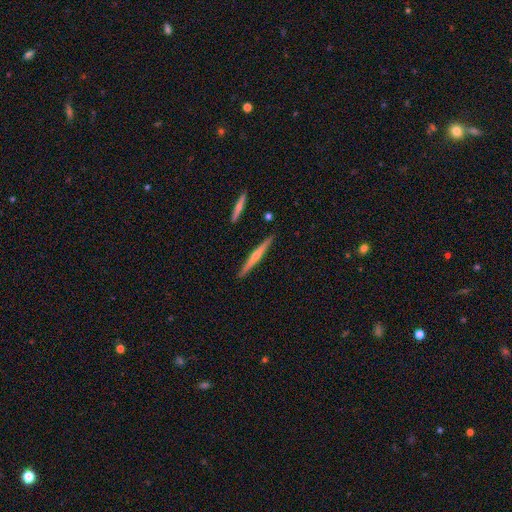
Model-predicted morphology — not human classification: Smooth or featured: featured or disk — 57% (smooth — 37%)
Edge-on disk: yes — 98% (no — 2%)
Edge-on bulge: rounded — 60% (none — 33%)
Merging: none — 90% (minor disturbance — 7%)